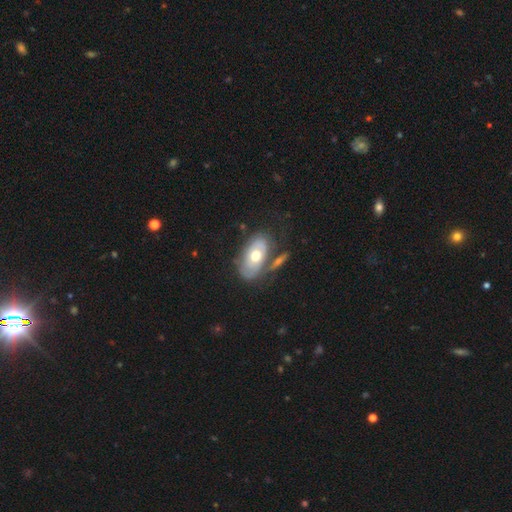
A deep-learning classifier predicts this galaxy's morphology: Smooth or featured: featured or disk — 49% (smooth — 45%)
Merging: none — 55% (minor disturbance — 18%)